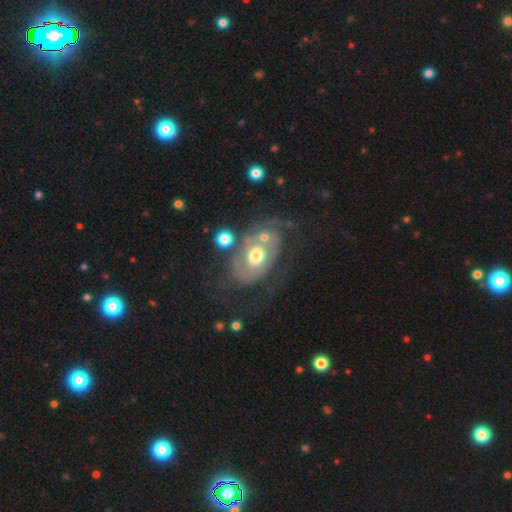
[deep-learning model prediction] Q: Smooth or featured?
A: featured or disk (68%); runner-up: smooth (25%)
Q: Edge-on disk?
A: no (95%); runner-up: yes (5%)
Q: Bar?
A: no (84%); runner-up: weak (12%)
Q: Spiral arms?
A: yes (60%); runner-up: no (40%)
Q: Bulge size?
A: moderate (66%); runner-up: large (23%)
Q: Merging?
A: none (44%); runner-up: major disturbance (23%)